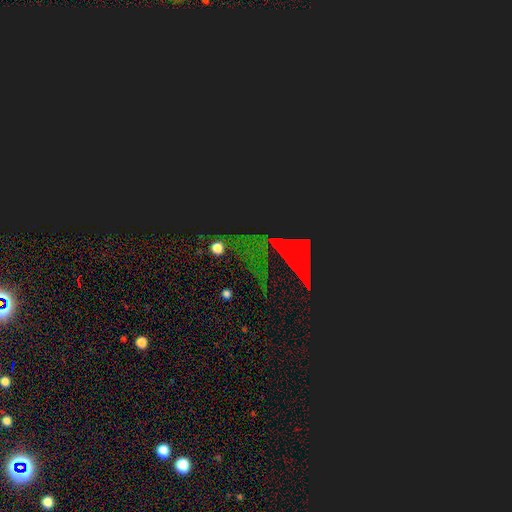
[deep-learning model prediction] Smooth or featured: star or artifact — 74% (featured or disk — 13%)